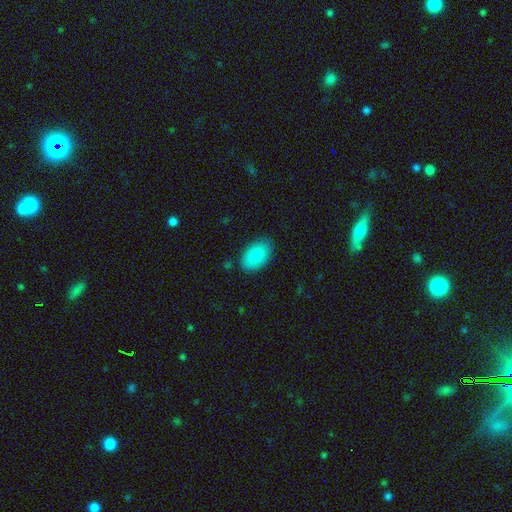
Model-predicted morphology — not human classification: smooth 84%, featured or disk 9%, star or artifact 6%. Down the decision tree: how rounded — in between (93%); merging — none (84%).